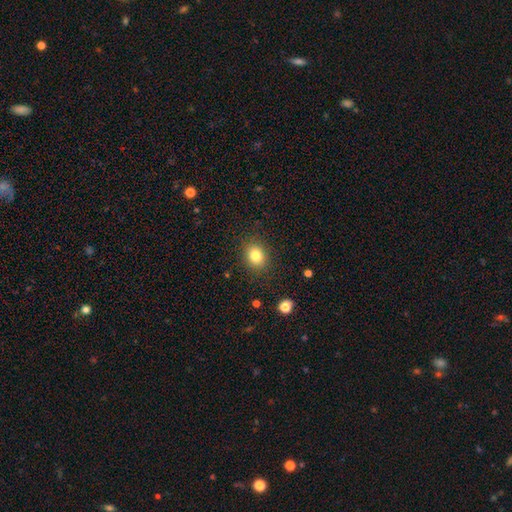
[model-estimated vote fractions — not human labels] smooth_or_featured: smooth (p=0.82) [alt: star or artifact p=0.11]
how_rounded: round (p=0.56) [alt: in between p=0.43]
merging: none (p=0.88) [alt: minor disturbance p=0.08]